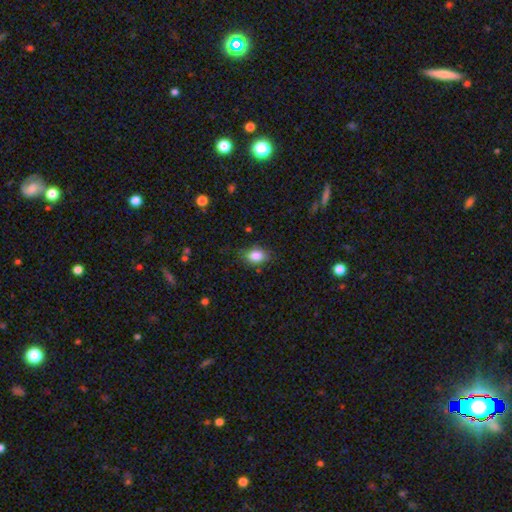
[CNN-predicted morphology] smooth_or_featured: smooth (p=0.85) [alt: star or artifact p=0.09]
how_rounded: in between (p=0.78) [alt: round p=0.20]
merging: none (p=0.78) [alt: minor disturbance p=0.17]